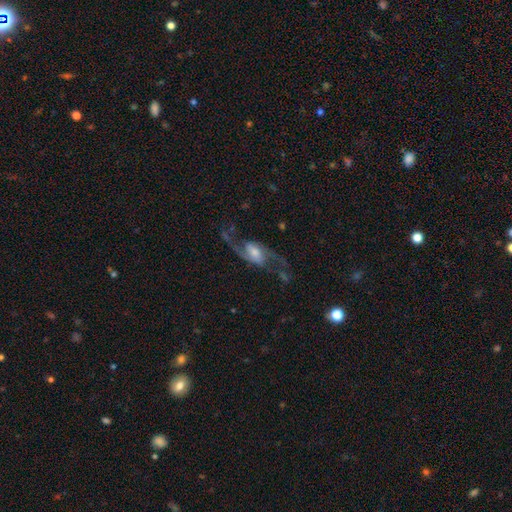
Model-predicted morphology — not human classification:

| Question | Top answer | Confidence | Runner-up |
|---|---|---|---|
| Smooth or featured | featured or disk | 88% | star or artifact (7%) |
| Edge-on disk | no | 95% | yes (5%) |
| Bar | weak | 47% | no (35%) |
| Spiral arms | yes | 97% | no (3%) |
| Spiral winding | loose | 59% | medium (35%) |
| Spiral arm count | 2 | 93% | can't tell (2%) |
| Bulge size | moderate | 45% | small (36%) |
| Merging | none | 73% | minor disturbance (14%) |